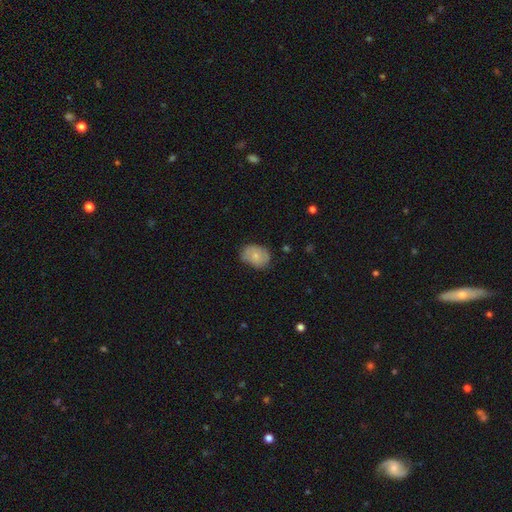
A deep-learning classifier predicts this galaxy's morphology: Q: Smooth or featured?
A: smooth (72%); runner-up: featured or disk (20%)
Q: How rounded?
A: in between (70%); runner-up: round (29%)
Q: Merging?
A: none (63%); runner-up: minor disturbance (29%)